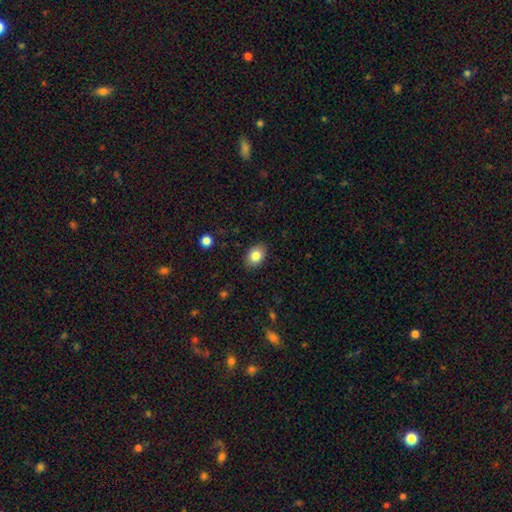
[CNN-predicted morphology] Q: Smooth or featured?
A: smooth (83%); runner-up: featured or disk (9%)
Q: How rounded?
A: in between (74%); runner-up: round (25%)
Q: Merging?
A: none (87%); runner-up: minor disturbance (10%)